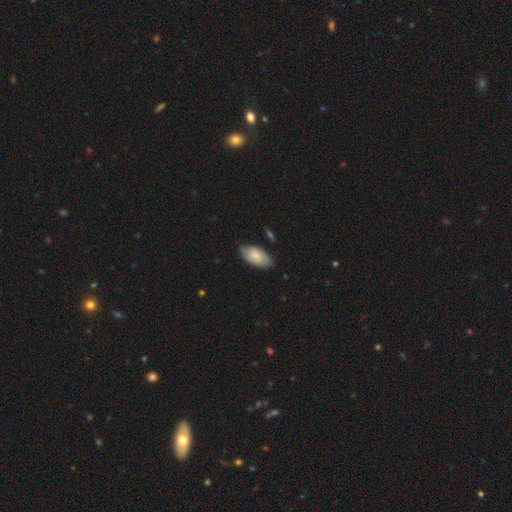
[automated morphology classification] smooth 80%, featured or disk 14%, star or artifact 6%. Down the decision tree: how rounded — in between (94%); merging — none (75%).